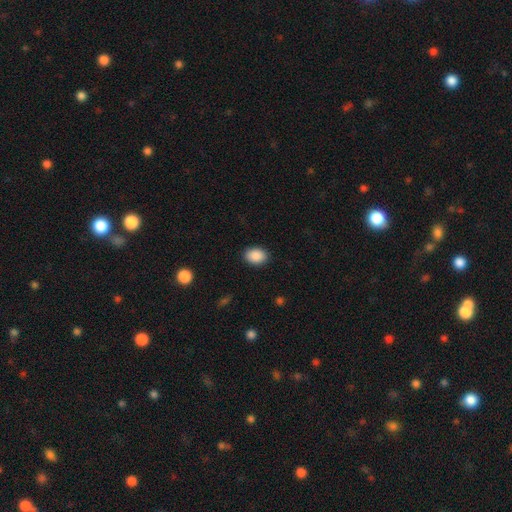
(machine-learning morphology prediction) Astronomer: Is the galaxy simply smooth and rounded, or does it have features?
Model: smooth — 90%.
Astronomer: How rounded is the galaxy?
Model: in between — 71%.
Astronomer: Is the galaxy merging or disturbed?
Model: none — 89%.